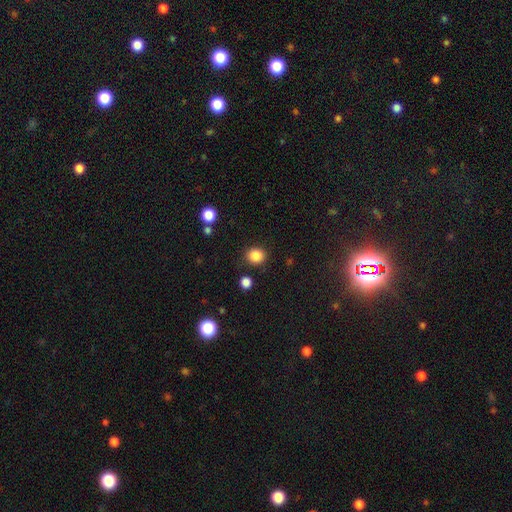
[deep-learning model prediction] Smooth or featured? Predicted: smooth (p=0.86). How rounded? Predicted: round (p=0.81). Merging? Predicted: none (p=0.87).